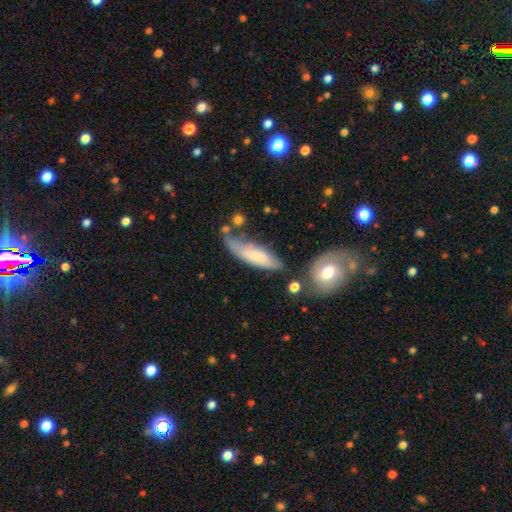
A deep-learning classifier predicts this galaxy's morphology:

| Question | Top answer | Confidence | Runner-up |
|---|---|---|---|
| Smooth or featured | smooth | 66% | featured or disk (27%) |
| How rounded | cigar-shaped | 55% | in between (43%) |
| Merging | none | 40% | minor disturbance (31%) |